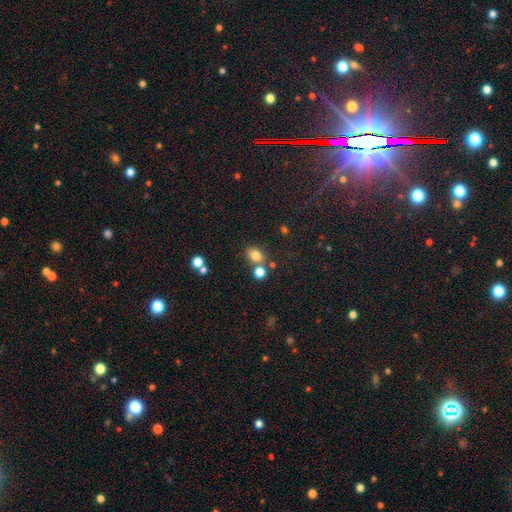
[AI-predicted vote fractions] This appears to be a smooth galaxy with no disk features (79%) that is in between round and cigar-shaped (51%). Merging: none (66%).